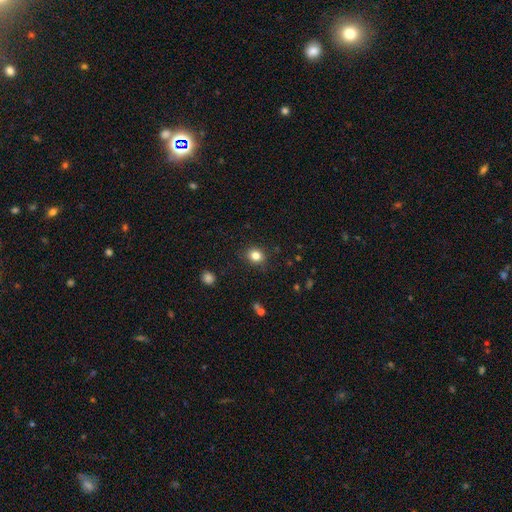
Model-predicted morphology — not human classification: This is clearly a smooth galaxy (82%). How rounded: likely round (72%). Merging: clearly none (86%).